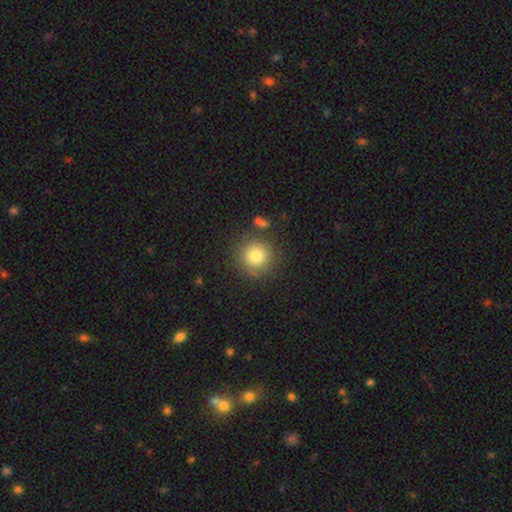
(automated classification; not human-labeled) Q: Smooth or featured?
A: smooth (81%); runner-up: star or artifact (11%)
Q: How rounded?
A: round (94%); runner-up: in between (5%)
Q: Merging?
A: none (83%); runner-up: minor disturbance (10%)